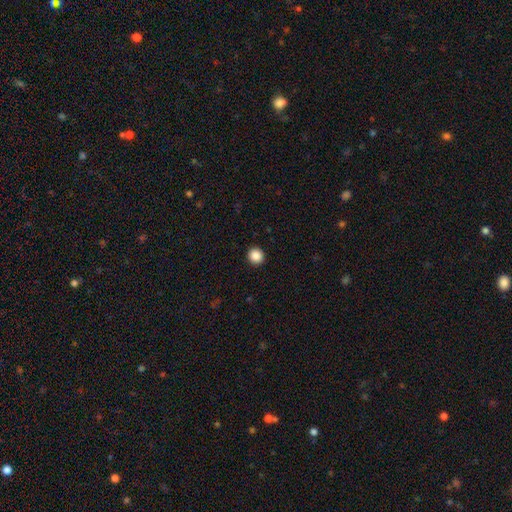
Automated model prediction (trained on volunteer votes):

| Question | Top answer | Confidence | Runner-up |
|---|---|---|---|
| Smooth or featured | smooth | 88% | star or artifact (9%) |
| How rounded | round | 91% | in between (8%) |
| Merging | none | 93% | minor disturbance (4%) |